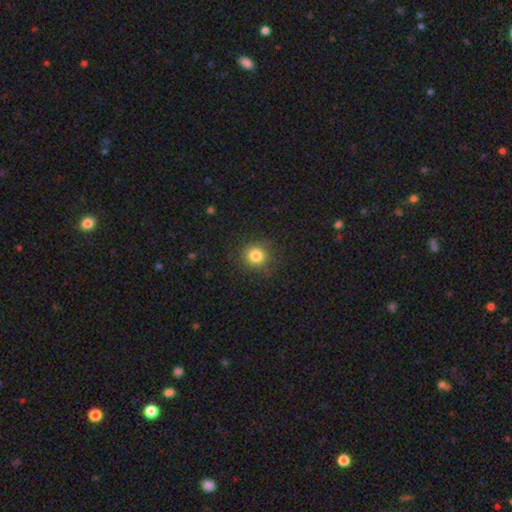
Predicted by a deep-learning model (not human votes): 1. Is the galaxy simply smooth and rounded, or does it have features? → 82% smooth, 12% star or artifact, 6% featured or disk.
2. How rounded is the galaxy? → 88% round, 11% in between, 1% cigar-shaped.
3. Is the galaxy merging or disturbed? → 86% none, 9% minor disturbance, 3% major disturbance, 1% merger.